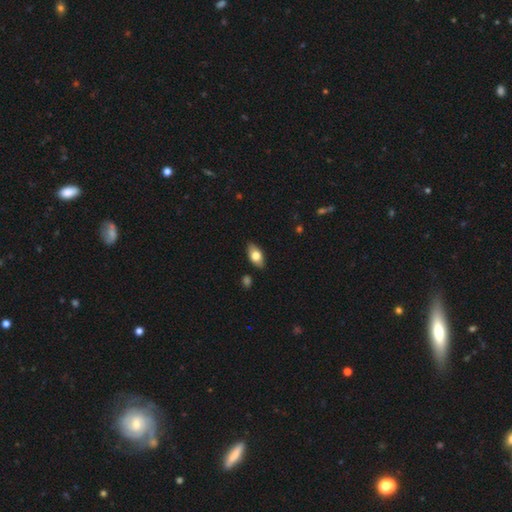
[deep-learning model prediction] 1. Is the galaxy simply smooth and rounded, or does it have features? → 74% smooth, 19% featured or disk, 7% star or artifact.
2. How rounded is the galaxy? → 91% in between, 5% round, 4% cigar-shaped.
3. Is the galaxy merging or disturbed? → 86% none, 11% minor disturbance, 2% major disturbance, 2% merger.